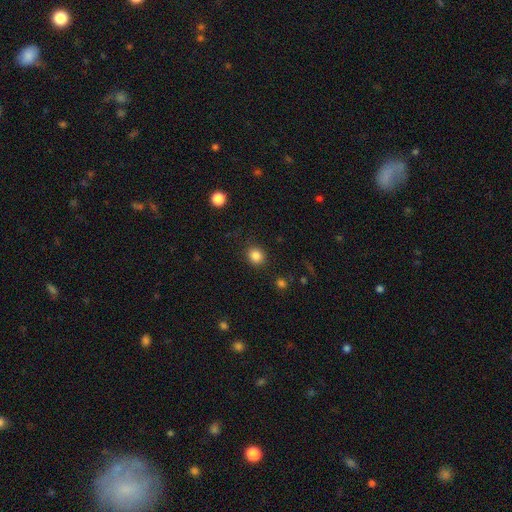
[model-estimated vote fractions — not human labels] The model was most divided on "how rounded": round: 81%, in between: 18%, cigar-shaped: 1%. More confident: merging — none (86%); smooth or featured — smooth (85%).